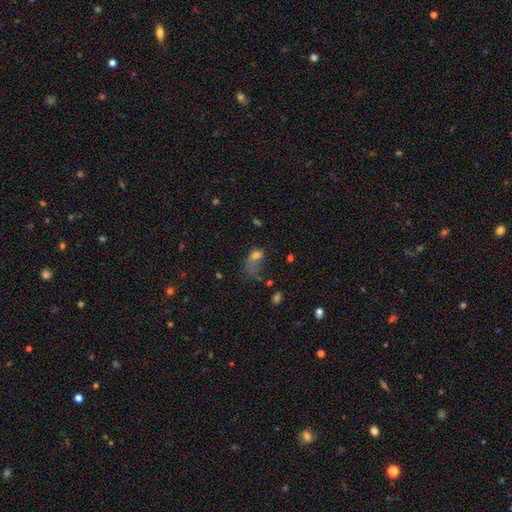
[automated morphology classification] smooth 65%, featured or disk 22%, star or artifact 13%. Down the decision tree: how rounded — in between (77%); merging — major disturbance (56%).